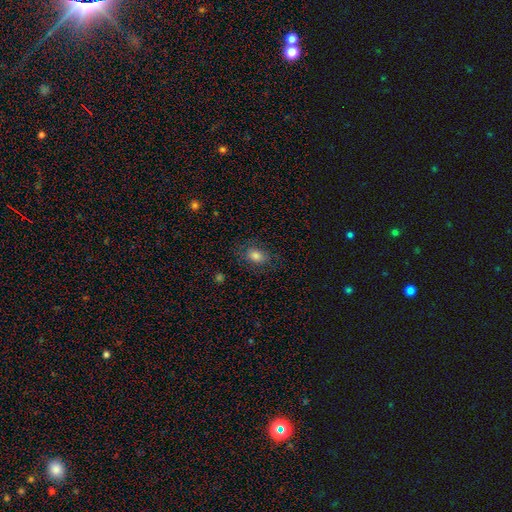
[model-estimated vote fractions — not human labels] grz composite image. It shows a smooth galaxy with no disk features (77%) that is in between round and cigar-shaped (76%). Merging: none (77%).